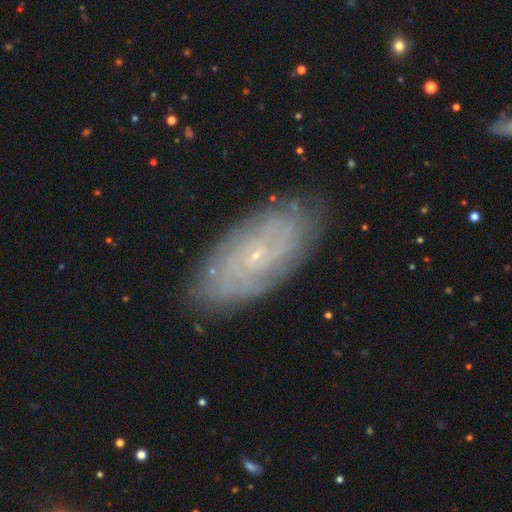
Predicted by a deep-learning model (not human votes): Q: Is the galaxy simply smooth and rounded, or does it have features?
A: featured or disk — 72%.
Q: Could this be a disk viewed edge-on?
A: no — 91%.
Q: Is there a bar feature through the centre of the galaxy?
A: no — 77%.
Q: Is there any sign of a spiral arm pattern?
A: yes — 88%.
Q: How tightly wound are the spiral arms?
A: tight — 77%.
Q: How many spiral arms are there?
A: can't tell — 56%.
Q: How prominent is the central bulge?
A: small — 89%.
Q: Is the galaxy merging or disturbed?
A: none — 85%.